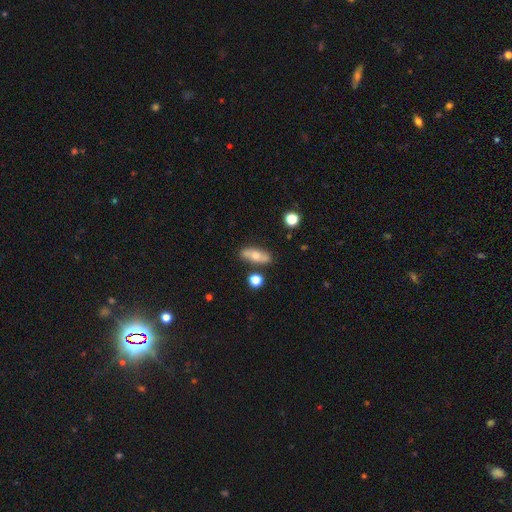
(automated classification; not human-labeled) The model was most divided on "smooth or featured": smooth: 55%, featured or disk: 37%, star or artifact: 8%. More confident: merging — none (78%); how rounded — in between (64%).